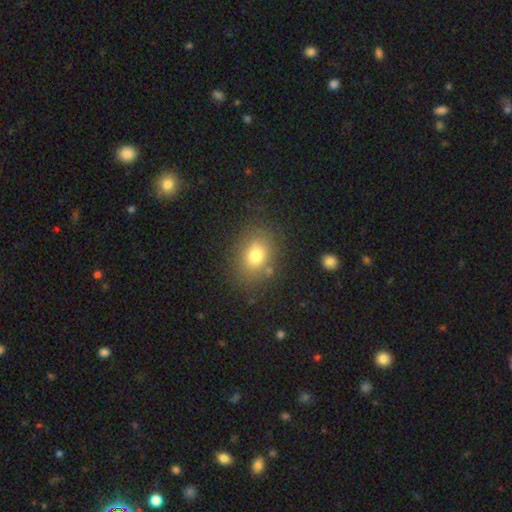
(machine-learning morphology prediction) smooth-or-featured: smooth: 76% | star or artifact: 12% | featured or disk: 12%
  how-rounded: in between: 60% | round: 39% | cigar-shaped: 1%
  merging: none: 79% | minor disturbance: 13% | major disturbance: 5% | merger: 4%